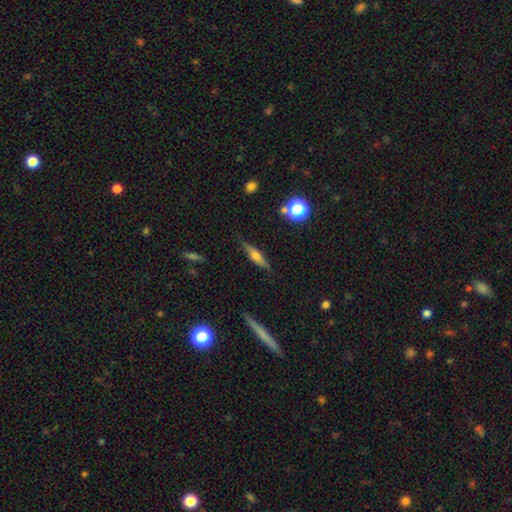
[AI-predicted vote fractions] This is possibly a featured or disk galaxy (51%). It is clearly viewed edge-on (93%). Merging: clearly none (83%).